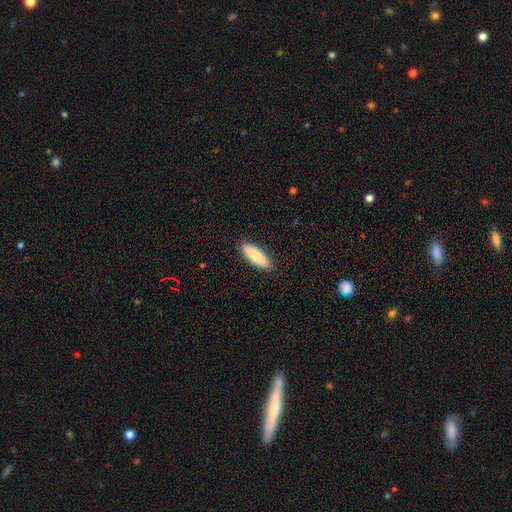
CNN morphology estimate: This appears to be a smooth galaxy with no disk features (78%) that is in between round and cigar-shaped (63%). Merging: none (89%).